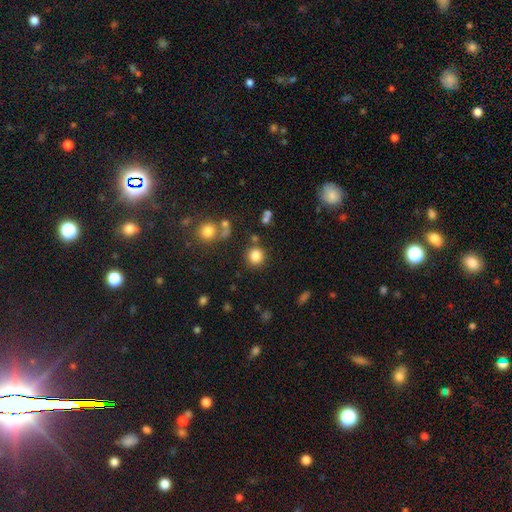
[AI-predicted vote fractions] smooth 83%, star or artifact 12%, featured or disk 6%. Down the decision tree: how rounded — round (91%); merging — none (83%).